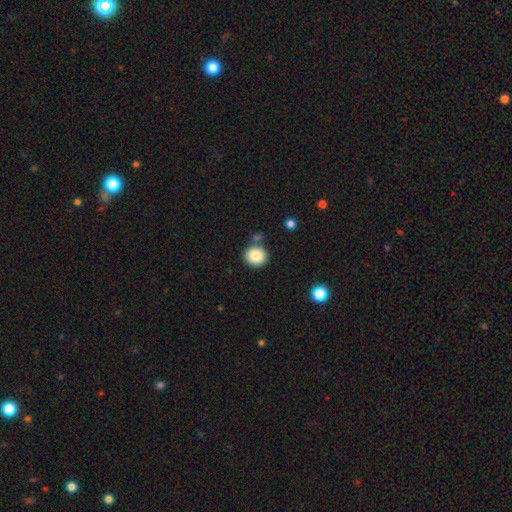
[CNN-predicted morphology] smooth-or-featured: smooth: 85% | star or artifact: 9% | featured or disk: 6%
  how-rounded: round: 84% | in between: 15% | cigar-shaped: 1%
  merging: none: 75% | merger: 12% | minor disturbance: 11% | major disturbance: 3%